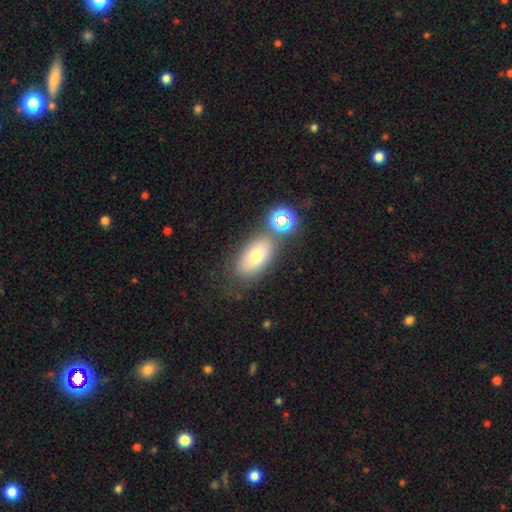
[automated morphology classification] A smooth galaxy with no disk features (69%) that is in between round and cigar-shaped (89%).

Vote fractions:
- Smooth or featured? smooth: 69% / featured or disk: 18% / star or artifact: 13%
- How rounded? in between: 89% / round: 8% / cigar-shaped: 4%
- Merging? none: 68% / minor disturbance: 15% / merger: 11% / major disturbance: 6%